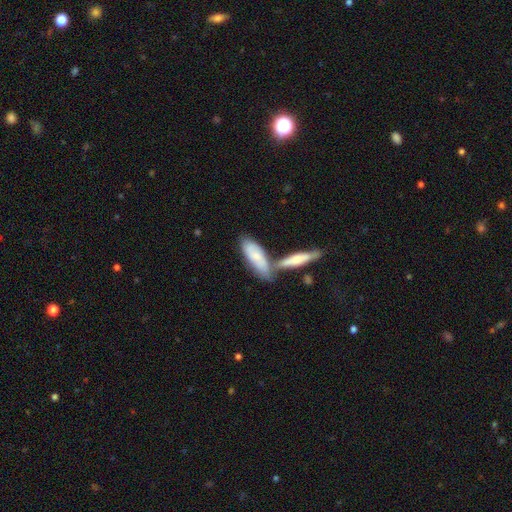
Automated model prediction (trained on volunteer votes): Q: Smooth or featured?
A: smooth (63%); runner-up: featured or disk (31%)
Q: How rounded?
A: in between (61%); runner-up: cigar-shaped (37%)
Q: Merging?
A: merger (42%); runner-up: none (39%)